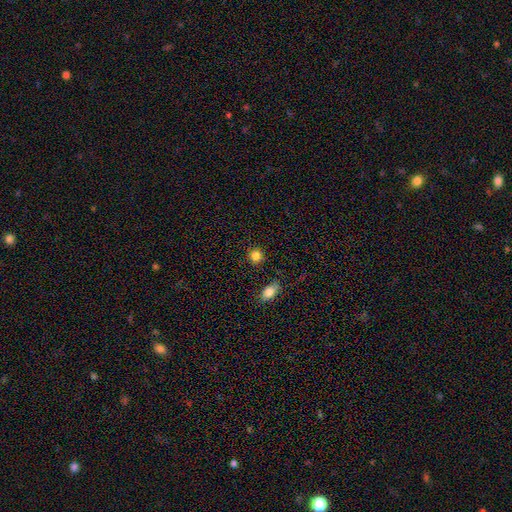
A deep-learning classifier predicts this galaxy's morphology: Smooth or featured?
  - smooth: 84% *
  - star or artifact: 12%
  - featured or disk: 4%
How rounded?
  - round: 89% *
  - in between: 9%
  - cigar-shaped: 1%
Merging?
  - none: 88% *
  - minor disturbance: 7%
  - merger: 3%
  - major disturbance: 2%